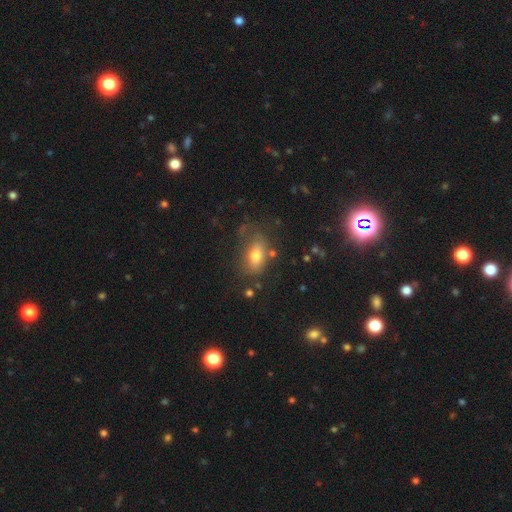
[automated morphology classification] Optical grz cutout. It shows a smooth galaxy with no disk features (71%) that is in between round and cigar-shaped (86%). Merging: none (57%).